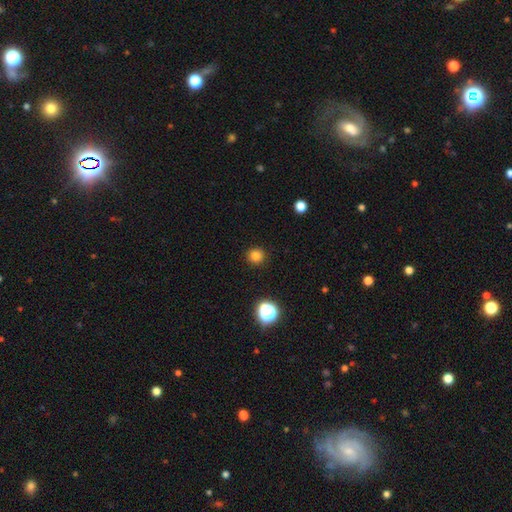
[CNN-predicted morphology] This appears to be a smooth galaxy with no disk features (81%) that is round (94%). Merging: none (92%).